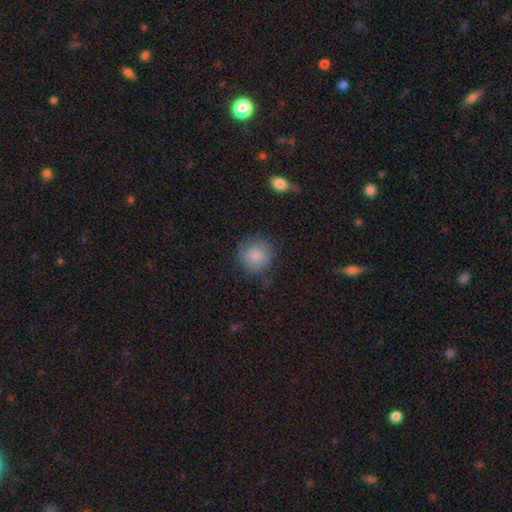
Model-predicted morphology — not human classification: Smooth or featured: smooth — 83% (featured or disk — 10%)
How rounded: round — 91% (in between — 8%)
Merging: none — 71% (minor disturbance — 21%)